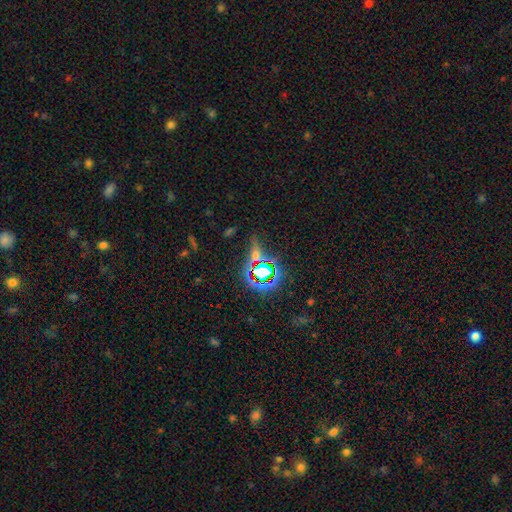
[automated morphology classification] The model was most divided on "smooth or featured": star or artifact: 63%, smooth: 23%, featured or disk: 14%.